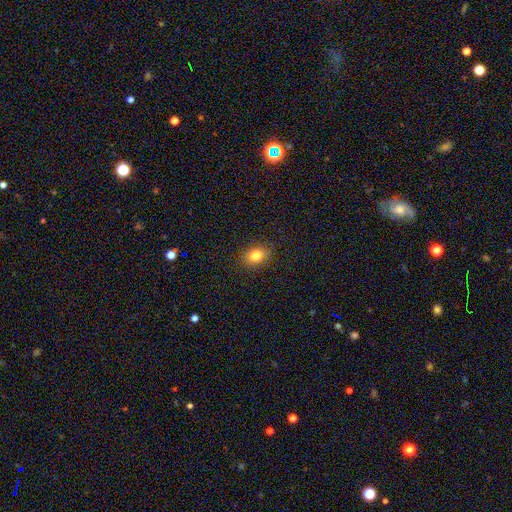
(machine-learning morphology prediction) Smooth or featured? Predicted: smooth (p=0.82). How rounded? Predicted: in between (p=0.57). Merging? Predicted: none (p=0.86).